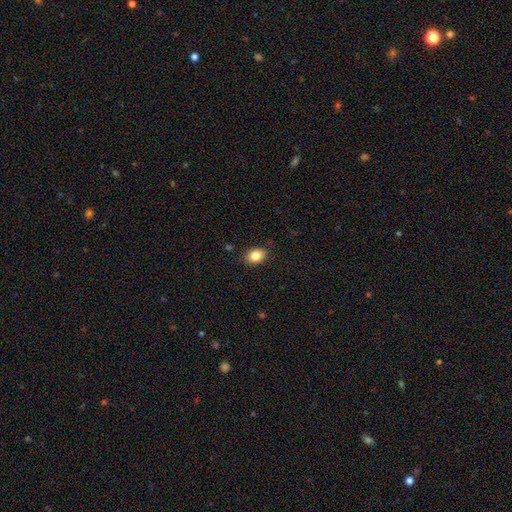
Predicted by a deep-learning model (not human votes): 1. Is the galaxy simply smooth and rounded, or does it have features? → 84% smooth, 9% star or artifact, 7% featured or disk.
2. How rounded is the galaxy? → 77% in between, 22% round, 1% cigar-shaped.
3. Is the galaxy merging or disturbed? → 84% none, 12% minor disturbance, 2% major disturbance, 1% merger.